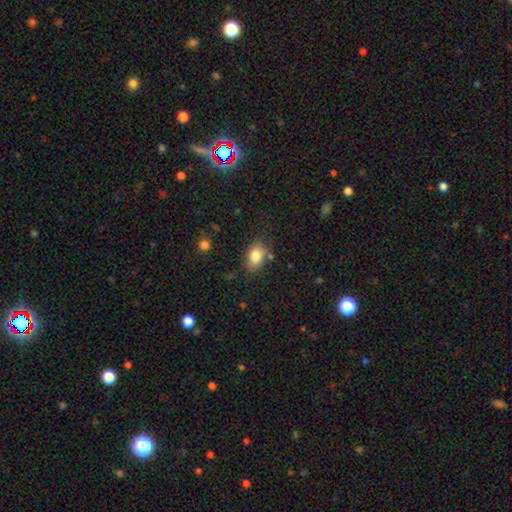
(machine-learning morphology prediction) Smooth or featured? smooth (83%)
How rounded? in between (80%)
Merging? none (72%)